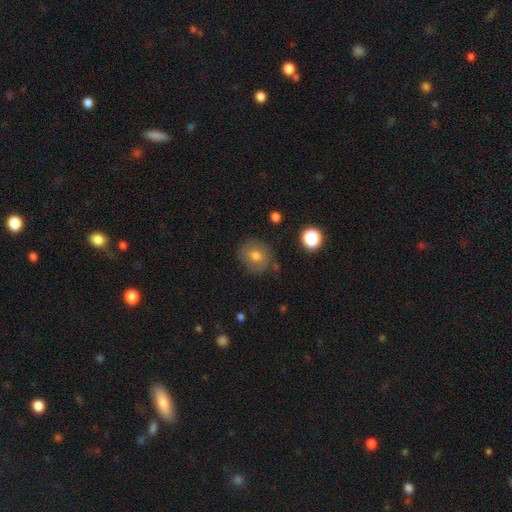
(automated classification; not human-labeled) This appears to be a smooth galaxy with no disk features (66%) that is round (79%). Merging: none (75%).